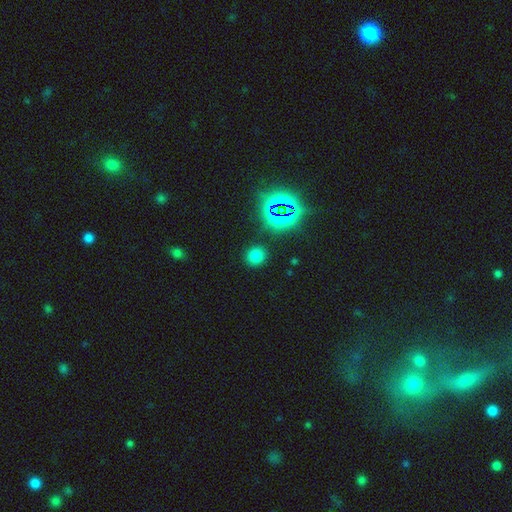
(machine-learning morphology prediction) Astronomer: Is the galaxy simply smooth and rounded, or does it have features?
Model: smooth — 71%.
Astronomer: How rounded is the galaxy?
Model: round — 87%.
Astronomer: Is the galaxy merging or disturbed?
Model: none — 87%.